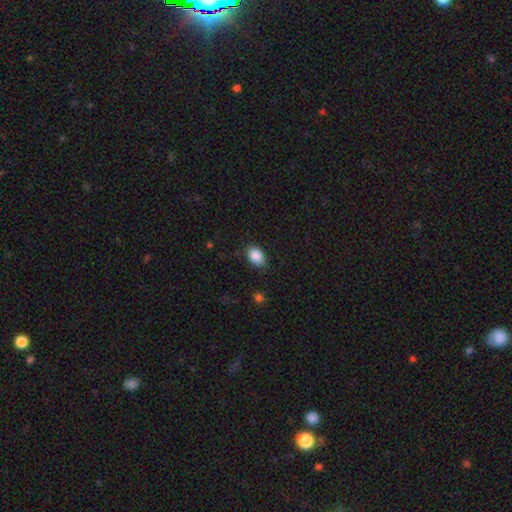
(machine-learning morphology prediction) Overall: smooth (88%). How rounded: in between (82%). Merging: none (85%).